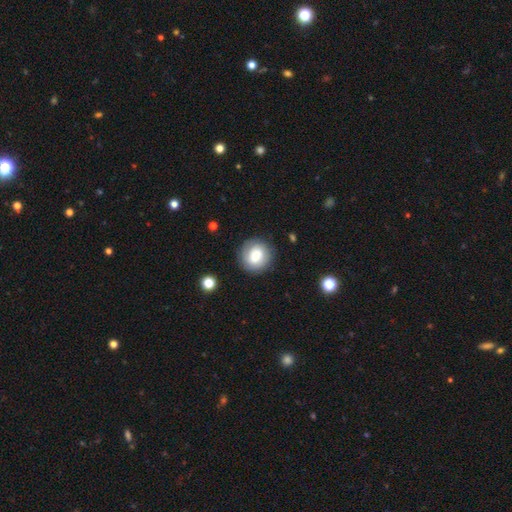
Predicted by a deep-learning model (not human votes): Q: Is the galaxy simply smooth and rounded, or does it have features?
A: smooth — 62%.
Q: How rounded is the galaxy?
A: round — 90%.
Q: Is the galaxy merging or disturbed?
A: none — 85%.